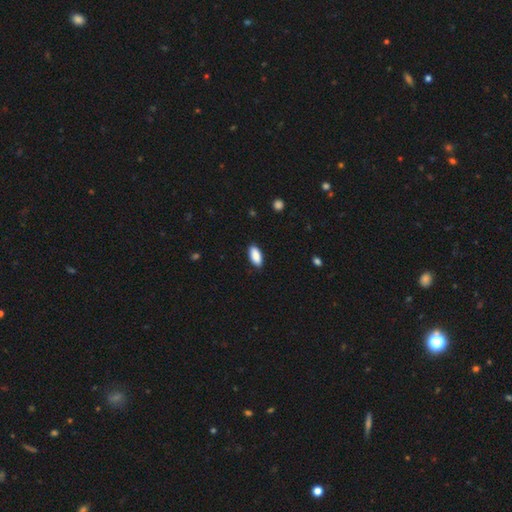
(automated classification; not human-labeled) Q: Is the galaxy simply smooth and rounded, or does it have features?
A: smooth — 88%.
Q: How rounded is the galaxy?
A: in between — 86%.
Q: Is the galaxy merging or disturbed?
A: none — 88%.